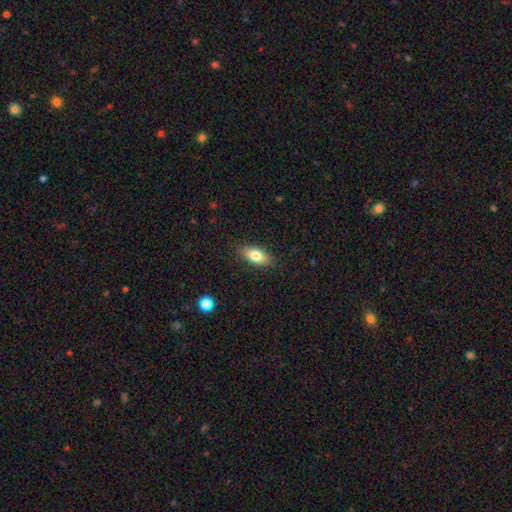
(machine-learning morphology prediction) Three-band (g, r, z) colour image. It shows a smooth galaxy with no disk features (78%) that is in between round and cigar-shaped (86%). Merging: none (86%).